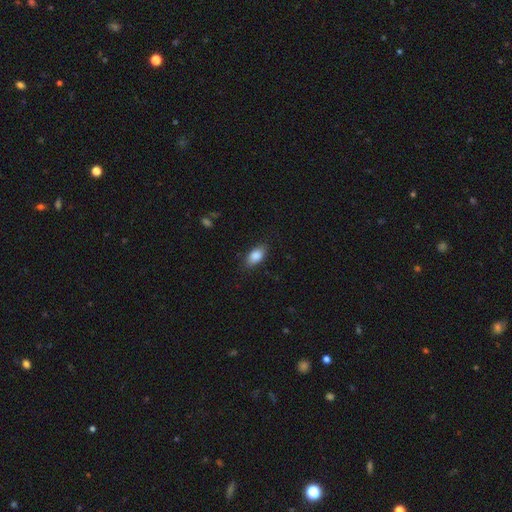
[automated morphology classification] smooth-or-featured: smooth: 87% | star or artifact: 7% | featured or disk: 6%
  how-rounded: in between: 90% | round: 5% | cigar-shaped: 5%
  merging: none: 84% | minor disturbance: 12% | major disturbance: 3% | merger: 1%